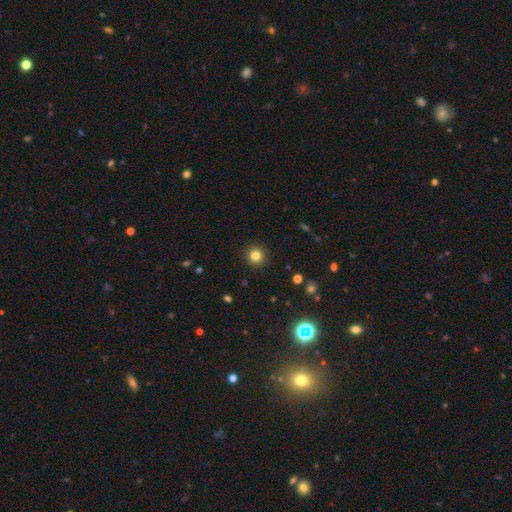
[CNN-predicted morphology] smooth_or_featured: smooth (p=0.81) [alt: star or artifact p=0.13]
how_rounded: round (p=0.94) [alt: in between p=0.06]
merging: none (p=0.92) [alt: minor disturbance p=0.05]